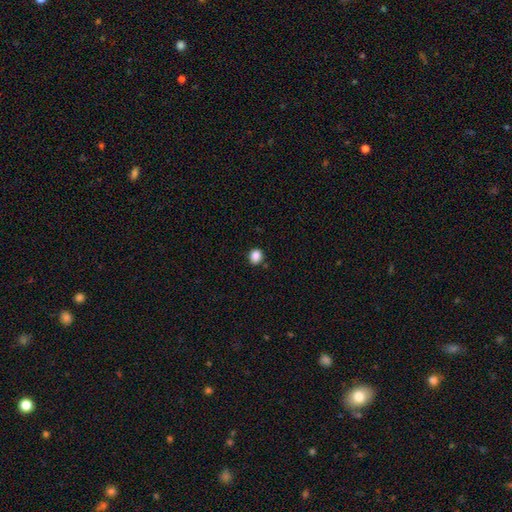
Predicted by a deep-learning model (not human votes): A smooth galaxy with no disk features (86%) that is round (70%). Merging: none (85%).